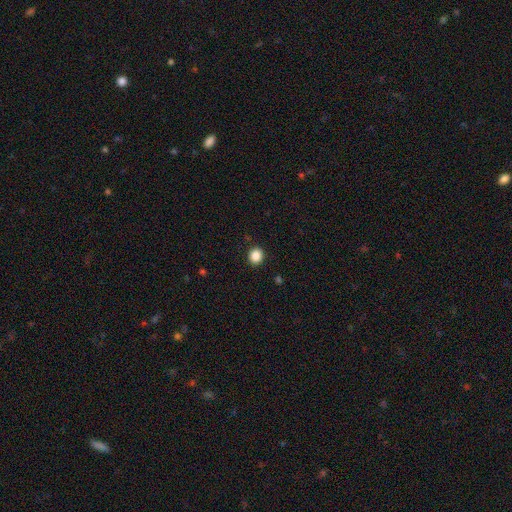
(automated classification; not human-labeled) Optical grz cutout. It shows a smooth galaxy with no disk features (87%) that is round (81%). Merging: none (91%).